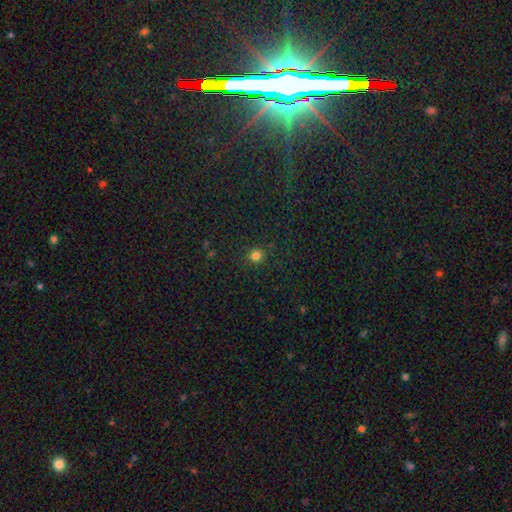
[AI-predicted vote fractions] smooth_or_featured: smooth (p=0.79) [alt: star or artifact p=0.16]
how_rounded: round (p=0.91) [alt: in between p=0.09]
merging: none (p=0.89) [alt: minor disturbance p=0.07]